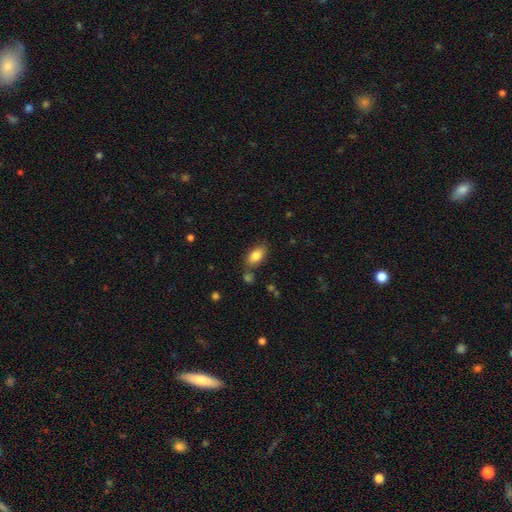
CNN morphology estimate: This appears to be a smooth galaxy with no disk features (82%) that is in between round and cigar-shaped (91%). Merging: none (75%).